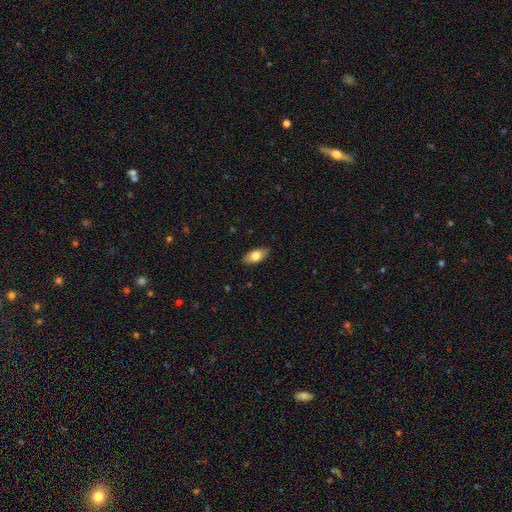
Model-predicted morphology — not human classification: Smooth or featured?
  - smooth: 77% *
  - featured or disk: 17%
  - star or artifact: 6%
How rounded?
  - in between: 89% *
  - cigar-shaped: 7%
  - round: 3%
Merging?
  - none: 87% *
  - minor disturbance: 10%
  - major disturbance: 2%
  - merger: 1%